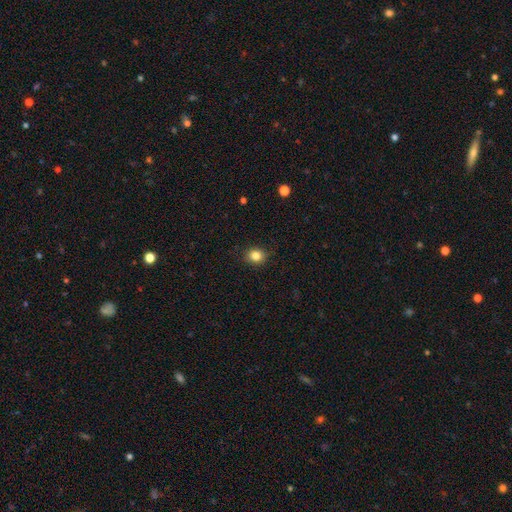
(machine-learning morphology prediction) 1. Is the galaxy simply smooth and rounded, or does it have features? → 84% smooth, 11% star or artifact, 5% featured or disk.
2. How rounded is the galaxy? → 70% round, 29% in between, 1% cigar-shaped.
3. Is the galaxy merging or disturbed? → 89% none, 8% minor disturbance, 2% major disturbance, 1% merger.